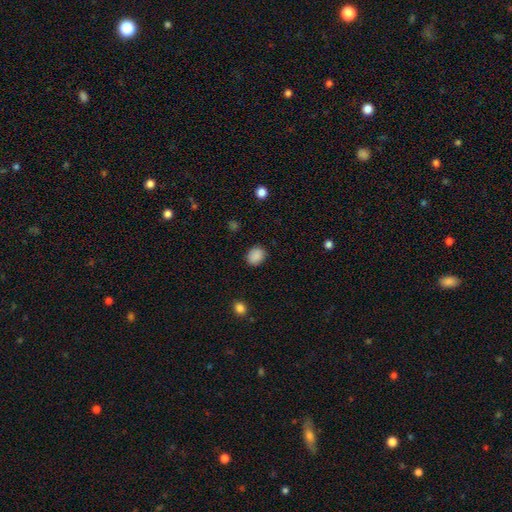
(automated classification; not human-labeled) This appears to be a smooth galaxy with no disk features (87%) that is round (58%). Merging: none (87%).